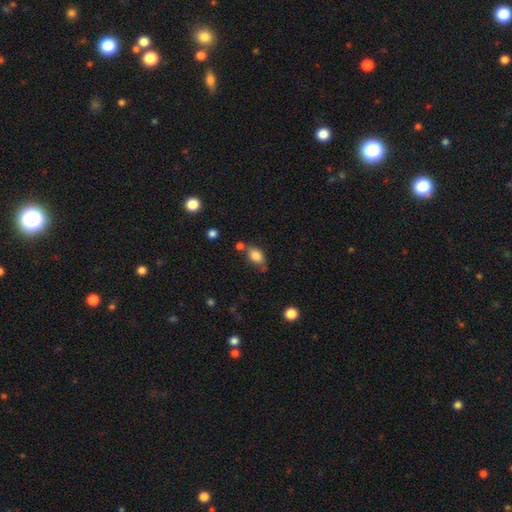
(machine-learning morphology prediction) smooth 83%, star or artifact 9%, featured or disk 8%. Down the decision tree: how rounded — in between (84%); merging — none (58%).